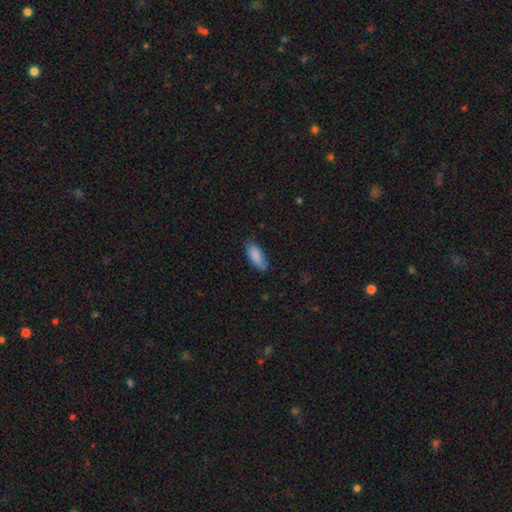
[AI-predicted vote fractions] This is clearly a smooth galaxy (87%). How rounded: clearly in between (81%). Merging: likely none (73%).